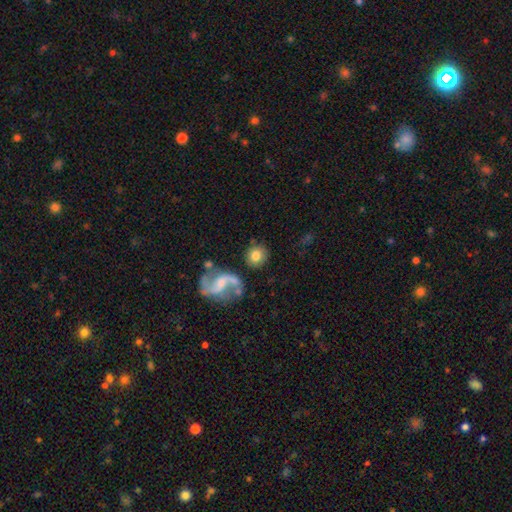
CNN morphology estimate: smooth 66%, featured or disk 27%, star or artifact 8%. Down the decision tree: how rounded — round (88%); merging — none (78%).